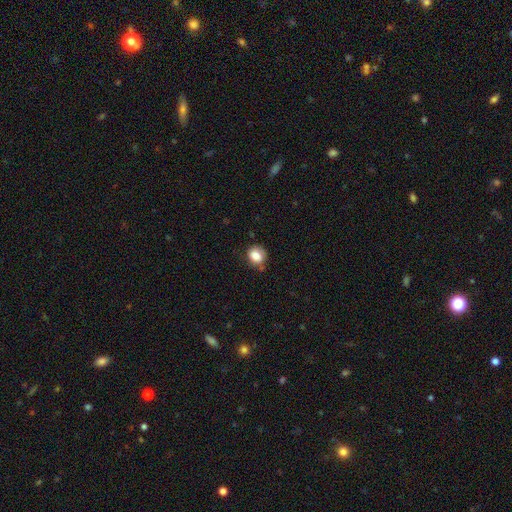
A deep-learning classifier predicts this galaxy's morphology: type=smooth (84%); roundness=round (76%); merging=none (69%).